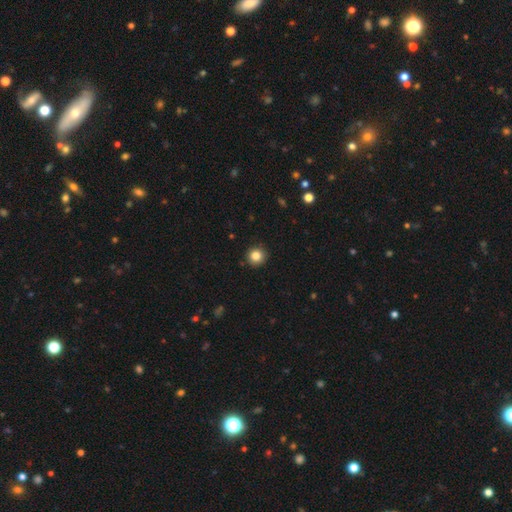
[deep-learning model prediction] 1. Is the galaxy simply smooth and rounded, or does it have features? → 84% smooth, 11% star or artifact, 5% featured or disk.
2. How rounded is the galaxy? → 94% round, 5% in between, 1% cigar-shaped.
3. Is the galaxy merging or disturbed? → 91% none, 6% minor disturbance, 2% major disturbance, 1% merger.